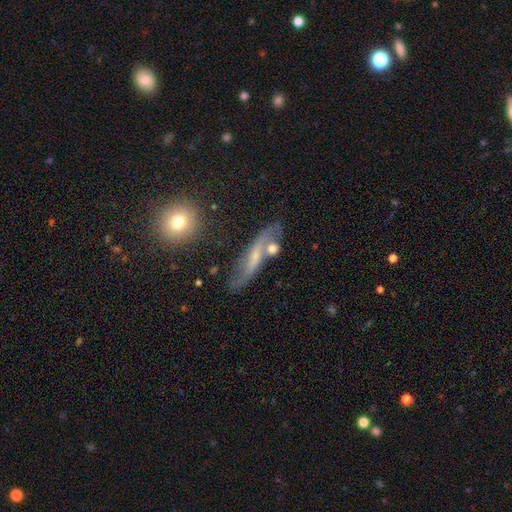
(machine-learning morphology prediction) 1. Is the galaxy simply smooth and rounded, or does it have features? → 71% featured or disk, 21% smooth, 9% star or artifact.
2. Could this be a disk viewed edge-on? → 73% no, 27% yes.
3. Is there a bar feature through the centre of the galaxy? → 44% weak, 33% no, 23% strong.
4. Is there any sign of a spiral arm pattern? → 86% yes, 14% no.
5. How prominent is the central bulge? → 53% small, 28% moderate, 15% none, 3% large, 2% dominant.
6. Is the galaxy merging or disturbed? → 62% none, 19% minor disturbance, 10% merger, 9% major disturbance.